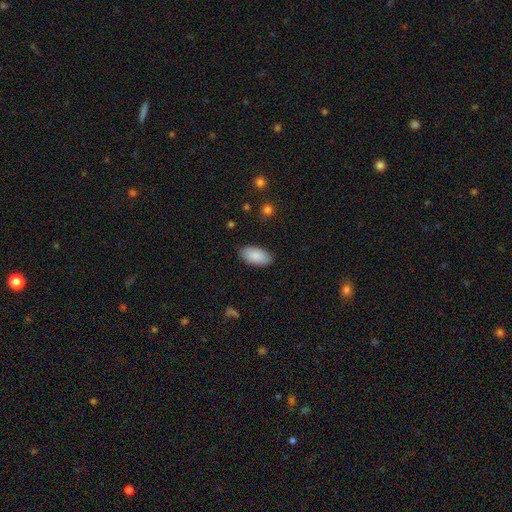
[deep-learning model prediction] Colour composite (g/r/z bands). It shows a smooth galaxy with no disk features (88%) that is in between round and cigar-shaped (94%). Merging: none (87%).